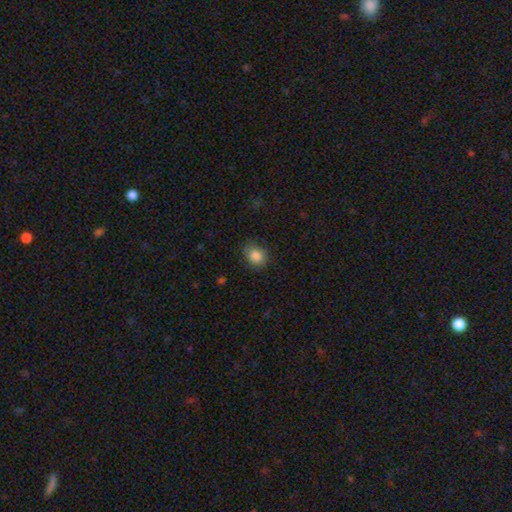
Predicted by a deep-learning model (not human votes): Smooth or featured? smooth (86%)
How rounded? round (62%)
Merging? none (77%)